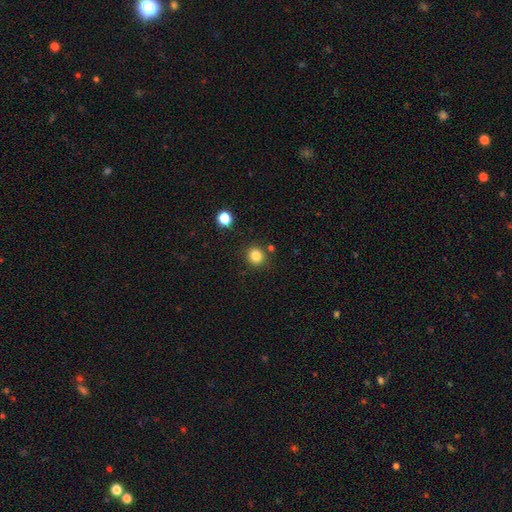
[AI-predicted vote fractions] Smooth or featured? Predicted: smooth (p=0.83). How rounded? Predicted: round (p=0.92). Merging? Predicted: none (p=0.87).